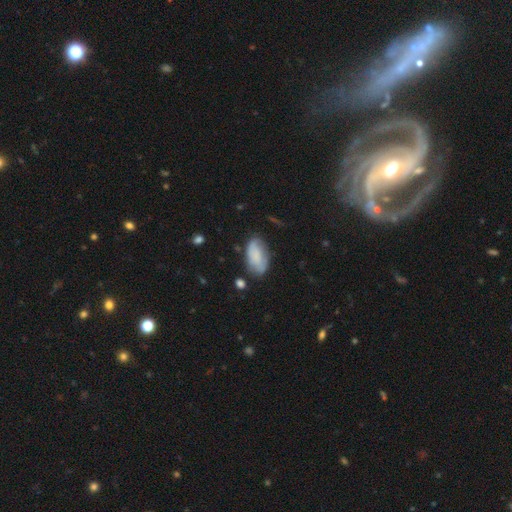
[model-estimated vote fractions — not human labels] Smooth or featured?
  - smooth: 71% *
  - featured or disk: 21%
  - star or artifact: 8%
How rounded?
  - in between: 94% *
  - round: 3%
  - cigar-shaped: 3%
Merging?
  - none: 62% *
  - minor disturbance: 26%
  - major disturbance: 8%
  - merger: 4%